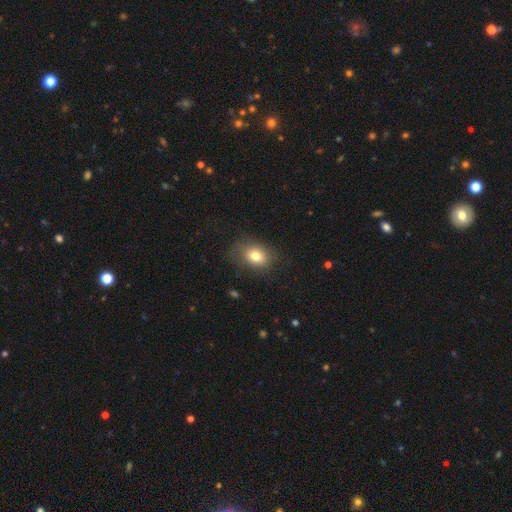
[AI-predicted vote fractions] Smooth or featured?
  - smooth: 76% *
  - featured or disk: 13%
  - star or artifact: 11%
How rounded?
  - in between: 66% *
  - round: 33%
  - cigar-shaped: 1%
Merging?
  - none: 73% *
  - minor disturbance: 19%
  - major disturbance: 7%
  - merger: 1%